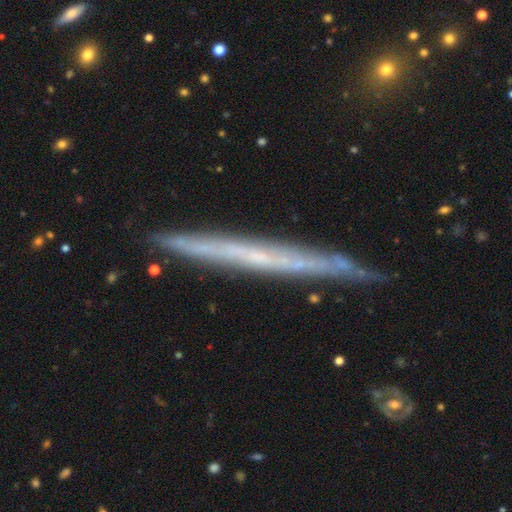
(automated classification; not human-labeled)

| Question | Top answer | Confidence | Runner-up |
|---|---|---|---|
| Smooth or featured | featured or disk | 70% | smooth (23%) |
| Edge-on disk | yes | 94% | no (6%) |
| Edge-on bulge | none | 84% | rounded (13%) |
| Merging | none | 86% | minor disturbance (11%) |